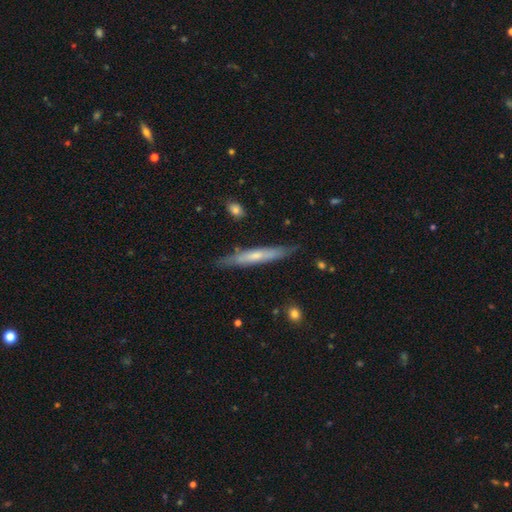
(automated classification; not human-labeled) Morphology: type=featured or disk (48%); merging=none (81%).